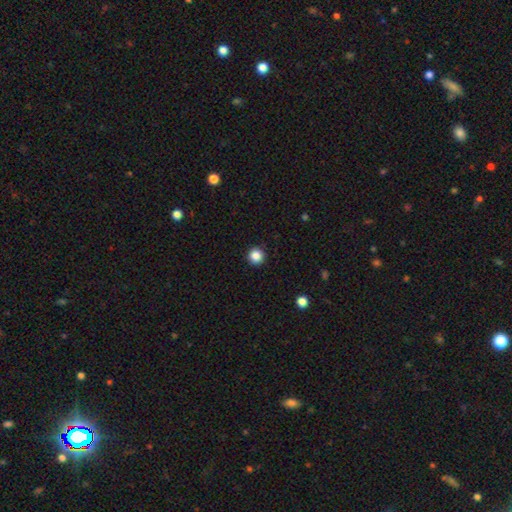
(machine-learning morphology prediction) The model was most divided on "smooth or featured": smooth: 86%, star or artifact: 10%, featured or disk: 3%. More confident: how rounded — round (96%); merging — none (93%).